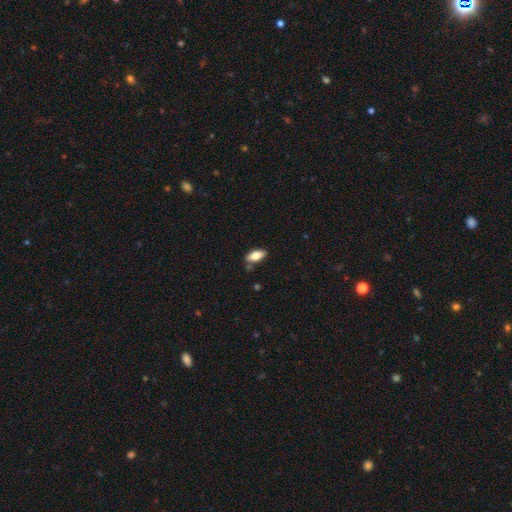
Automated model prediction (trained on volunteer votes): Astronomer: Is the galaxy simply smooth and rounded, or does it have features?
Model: smooth — 75%.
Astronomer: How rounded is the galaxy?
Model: in between — 86%.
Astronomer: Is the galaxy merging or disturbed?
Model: none — 79%.